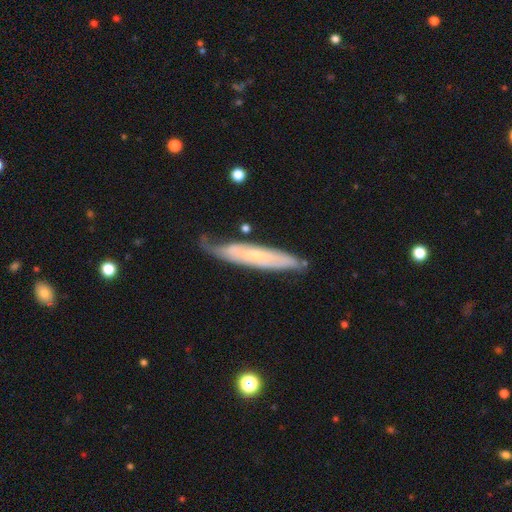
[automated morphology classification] A featured or disk galaxy (64%) viewed edge-on (53%). Merging: none (65%).